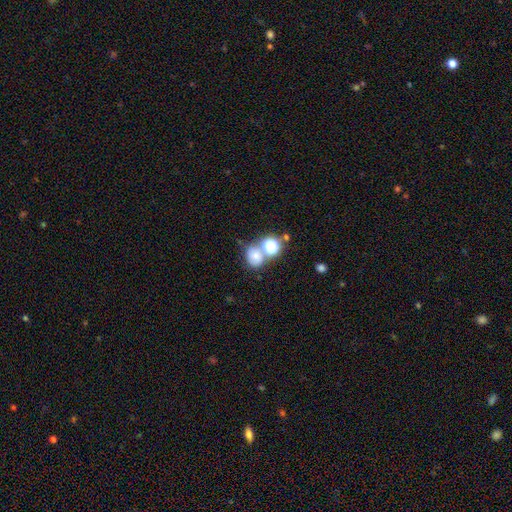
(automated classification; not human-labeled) Smooth or featured?
  - smooth: 62% *
  - star or artifact: 20%
  - featured or disk: 18%
How rounded?
  - round: 62% *
  - in between: 37%
  - cigar-shaped: 1%
Merging?
  - none: 43% *
  - merger: 37%
  - minor disturbance: 13%
  - major disturbance: 7%